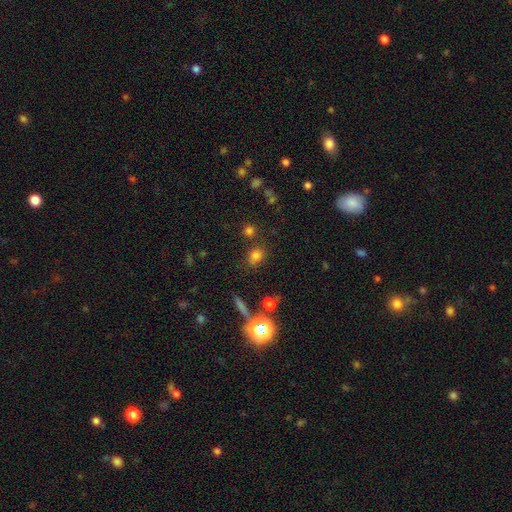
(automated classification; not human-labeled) Smooth or featured? smooth (72%)
How rounded? round (52%)
Merging? none (73%)